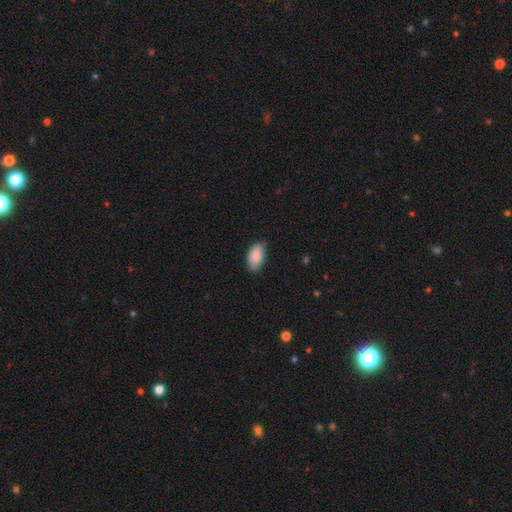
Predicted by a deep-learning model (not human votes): A smooth galaxy with no disk features (87%) that is in between round and cigar-shaped (94%).

Vote fractions:
- Smooth or featured? smooth: 87% / featured or disk: 7% / star or artifact: 6%
- How rounded? in between: 94% / round: 4% / cigar-shaped: 2%
- Merging? none: 70% / minor disturbance: 26% / major disturbance: 3% / merger: 1%